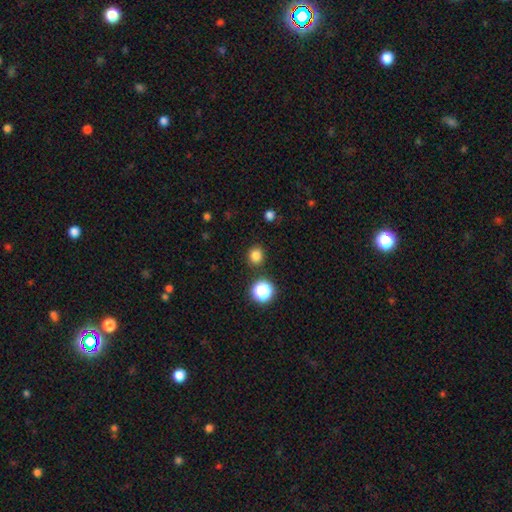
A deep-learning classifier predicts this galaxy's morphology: Overall: smooth (81%). How rounded: round (86%). Merging: none (88%).